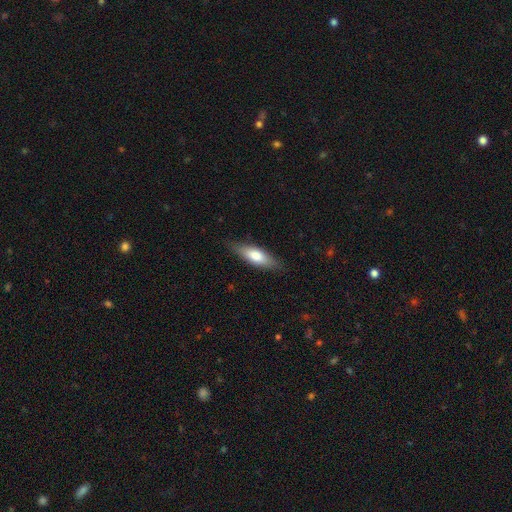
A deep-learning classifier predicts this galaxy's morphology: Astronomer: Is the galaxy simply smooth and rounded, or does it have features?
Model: smooth — 68%.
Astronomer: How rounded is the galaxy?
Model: in between — 53% (runner-up: cigar-shaped, 45%).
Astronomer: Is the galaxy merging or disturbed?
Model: none — 83%.